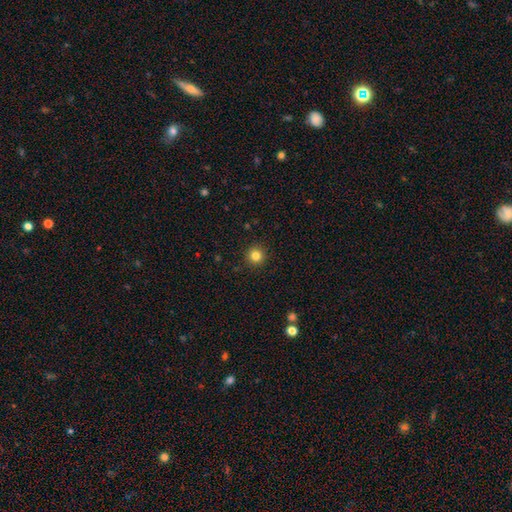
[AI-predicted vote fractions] Q: Smooth or featured?
A: smooth (82%); runner-up: star or artifact (13%)
Q: How rounded?
A: round (95%); runner-up: in between (4%)
Q: Merging?
A: none (92%); runner-up: minor disturbance (5%)